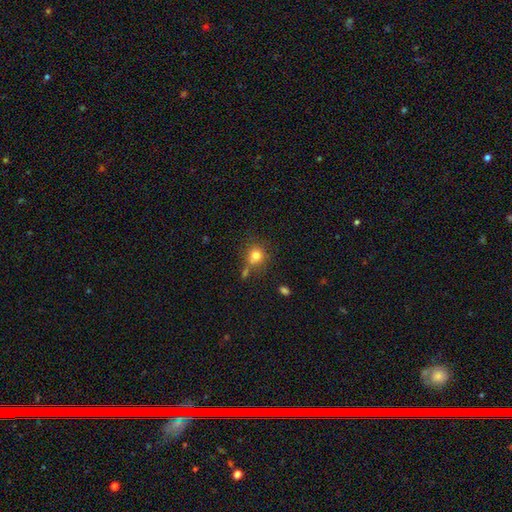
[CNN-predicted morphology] Overall: smooth (78%). How rounded: round (85%). Merging: none (63%).